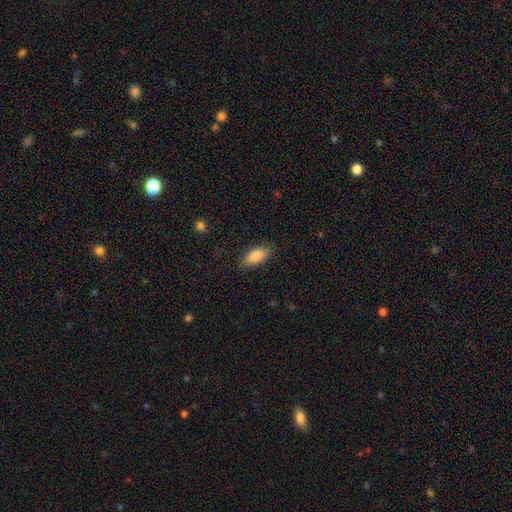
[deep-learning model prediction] The model was most divided on "merging": none: 84%, minor disturbance: 11%, major disturbance: 3%, merger: 1%. More confident: how rounded — in between (89%); smooth or featured — smooth (87%).